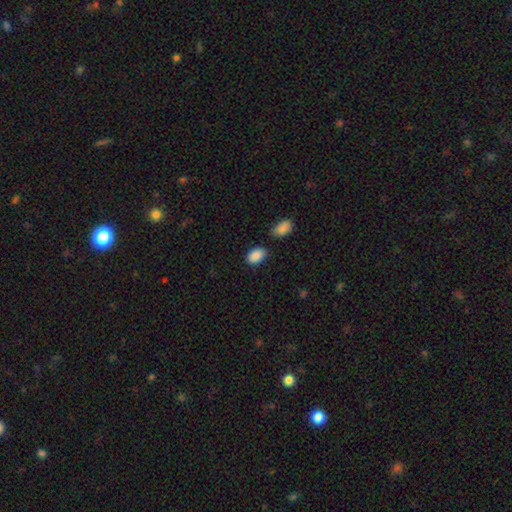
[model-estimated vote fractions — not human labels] smooth_or_featured: smooth (p=0.89) [alt: star or artifact p=0.07]
how_rounded: in between (p=0.89) [alt: round p=0.10]
merging: none (p=0.74) [alt: minor disturbance p=0.16]